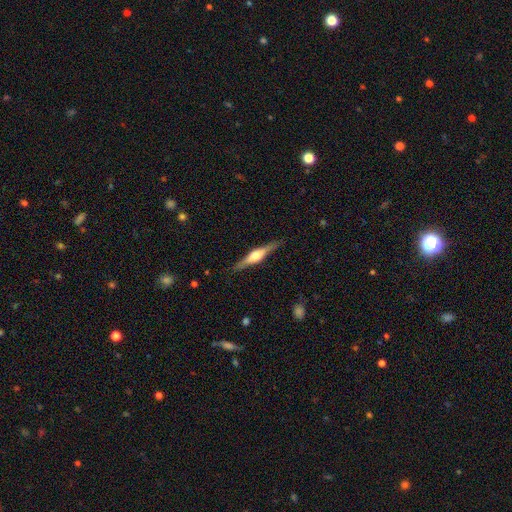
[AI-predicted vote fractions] A featured or disk galaxy (71%) viewed edge-on (97%) with a rounded central bulge (89%).

Vote fractions:
- Smooth or featured? featured or disk: 71% / smooth: 24% / star or artifact: 5%
- Edge-on disk? yes: 97% / no: 3%
- Edge-on bulge? rounded: 89% / boxy: 8% / none: 2%
- Merging? none: 88% / minor disturbance: 9% / major disturbance: 2% / merger: 1%